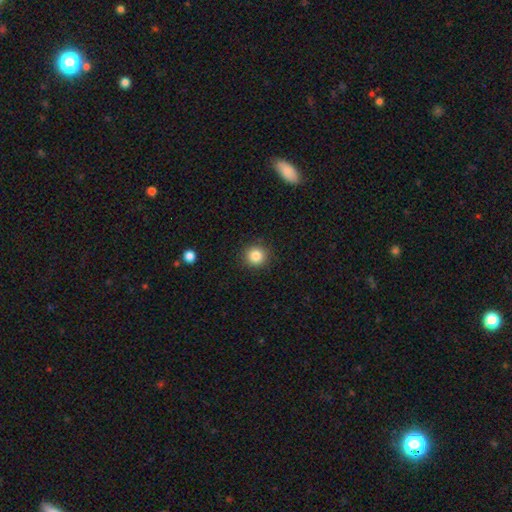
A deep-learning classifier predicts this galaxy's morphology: type=smooth (85%); roundness=round (93%); merging=none (91%).